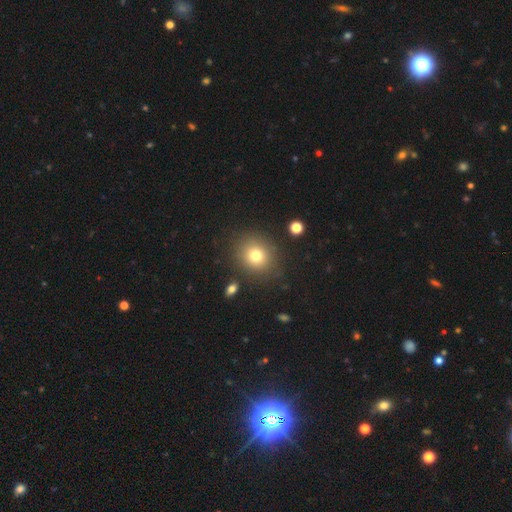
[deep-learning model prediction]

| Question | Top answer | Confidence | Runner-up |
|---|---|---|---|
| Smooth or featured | smooth | 76% | star or artifact (13%) |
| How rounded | round | 77% | in between (22%) |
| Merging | none | 85% | minor disturbance (9%) |